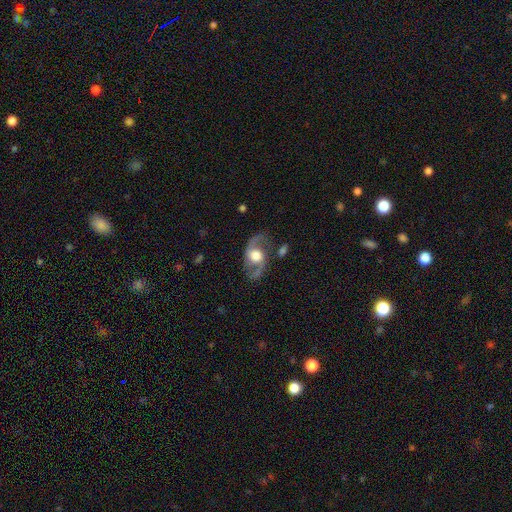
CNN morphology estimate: A featured or disk galaxy (80%) with no bar (63%), 2 (91%) loose (46%) spiral arms (85%) and a large central bulge (46%). Merging: none (74%).